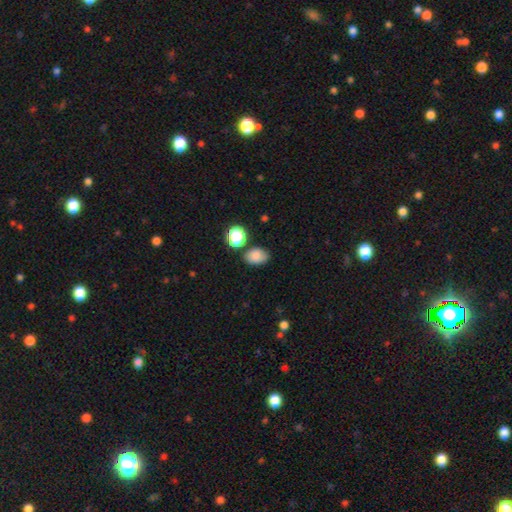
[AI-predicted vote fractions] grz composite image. It shows a smooth galaxy with no disk features (83%) that is in between round and cigar-shaped (76%). Merging: none (70%).